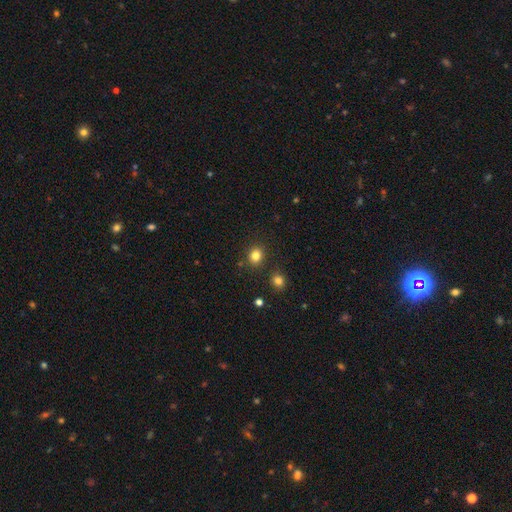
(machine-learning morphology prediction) Smooth or featured? smooth (82%)
How rounded? round (70%)
Merging? none (84%)